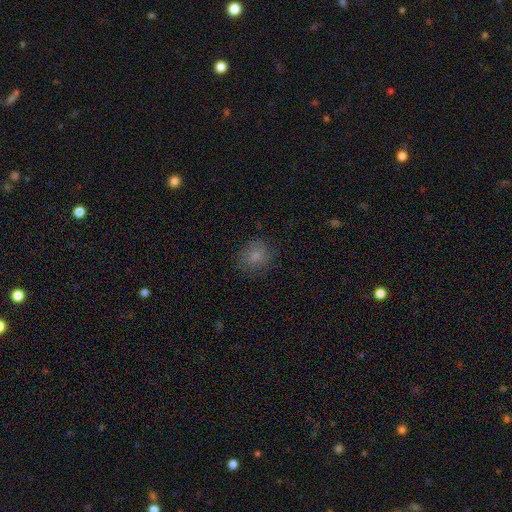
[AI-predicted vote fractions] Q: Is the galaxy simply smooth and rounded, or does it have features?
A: smooth — 79%.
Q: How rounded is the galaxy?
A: round — 72%.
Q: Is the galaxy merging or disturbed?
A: none — 77%.